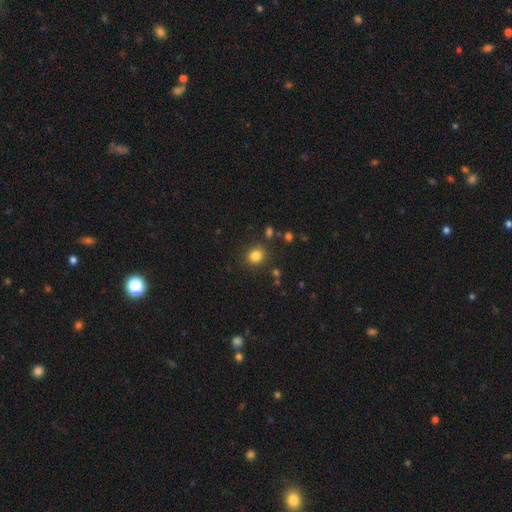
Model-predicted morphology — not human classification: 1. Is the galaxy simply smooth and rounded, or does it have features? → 83% smooth, 12% star or artifact, 5% featured or disk.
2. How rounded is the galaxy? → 81% round, 18% in between, 1% cigar-shaped.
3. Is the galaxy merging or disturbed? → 86% none, 8% minor disturbance, 3% major disturbance, 3% merger.